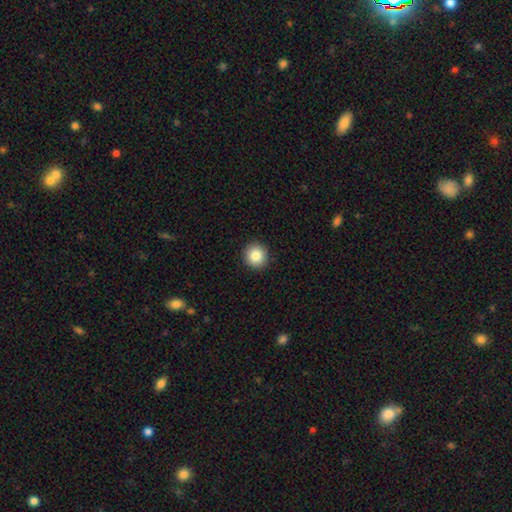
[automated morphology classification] This is clearly a smooth galaxy (84%). How rounded: clearly round (94%). Merging: clearly none (93%).